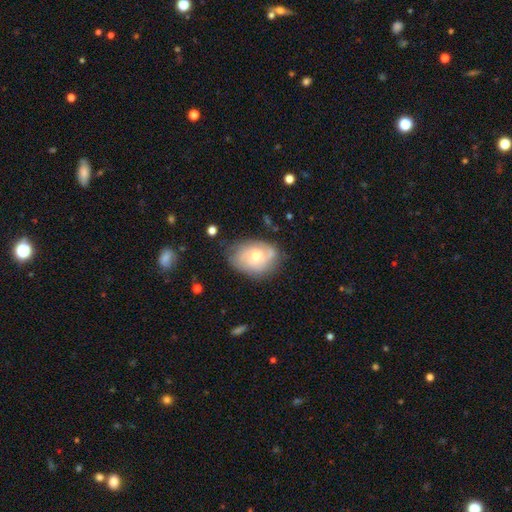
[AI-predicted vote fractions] Q: Smooth or featured?
A: featured or disk (60%); runner-up: smooth (33%)
Q: Edge-on disk?
A: no (96%); runner-up: yes (4%)
Q: Bar?
A: no (77%); runner-up: weak (21%)
Q: Spiral arms?
A: yes (80%); runner-up: no (20%)
Q: Bulge size?
A: moderate (57%); runner-up: small (37%)
Q: Merging?
A: none (67%); runner-up: minor disturbance (24%)